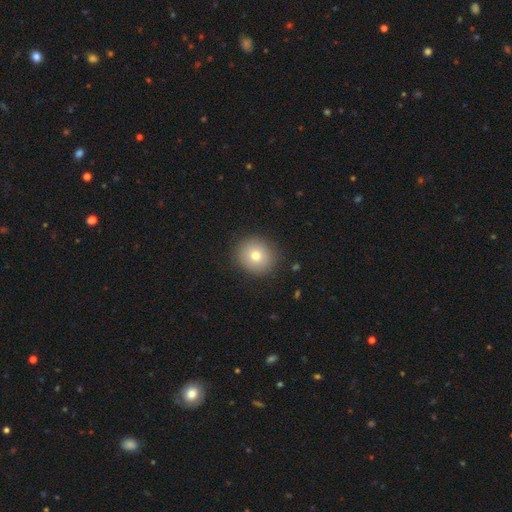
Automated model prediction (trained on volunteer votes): Smooth or featured? Predicted: smooth (p=0.75). How rounded? Predicted: round (p=0.88). Merging? Predicted: none (p=0.89).